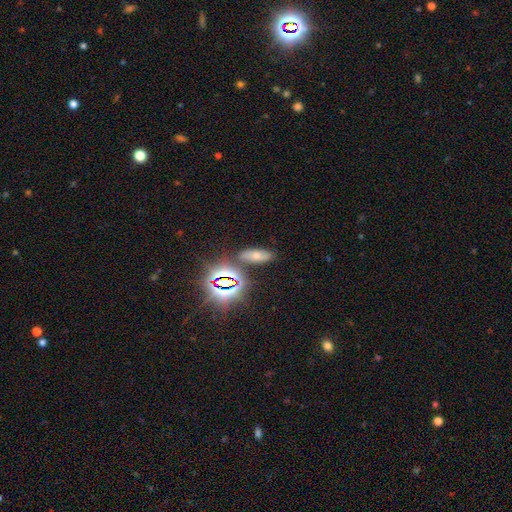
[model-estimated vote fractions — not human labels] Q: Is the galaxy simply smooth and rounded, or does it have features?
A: smooth — 54%.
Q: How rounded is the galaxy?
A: in between — 67%.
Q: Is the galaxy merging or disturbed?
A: none — 79%.